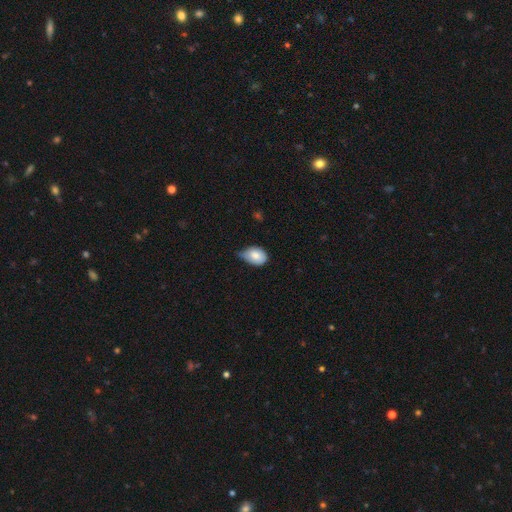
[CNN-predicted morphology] A smooth galaxy with no disk features (80%) that is in between round and cigar-shaped (77%).

Vote fractions:
- Smooth or featured? smooth: 80% / featured or disk: 13% / star or artifact: 7%
- How rounded? in between: 77% / round: 21% / cigar-shaped: 1%
- Merging? minor disturbance: 58% / none: 28% / major disturbance: 12% / merger: 2%